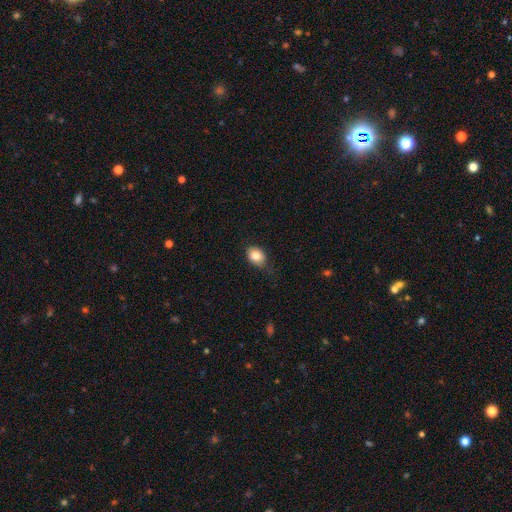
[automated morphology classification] The model was most divided on "how rounded": in between: 62%, round: 36%, cigar-shaped: 1%. More confident: smooth or featured — smooth (83%); merging — none (72%).